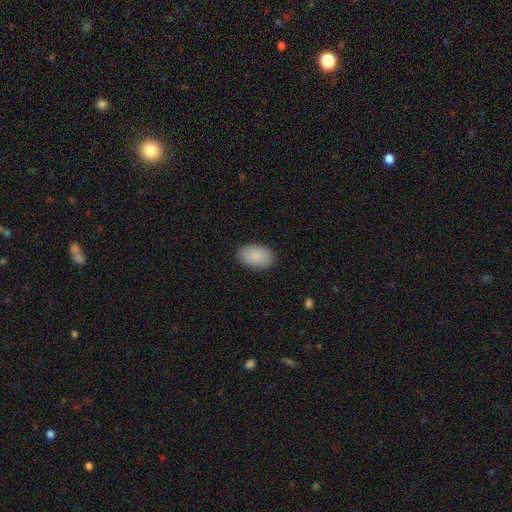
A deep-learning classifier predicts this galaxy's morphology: Smooth or featured? Predicted: smooth (p=0.88). How rounded? Predicted: in between (p=0.91). Merging? Predicted: none (p=0.89).